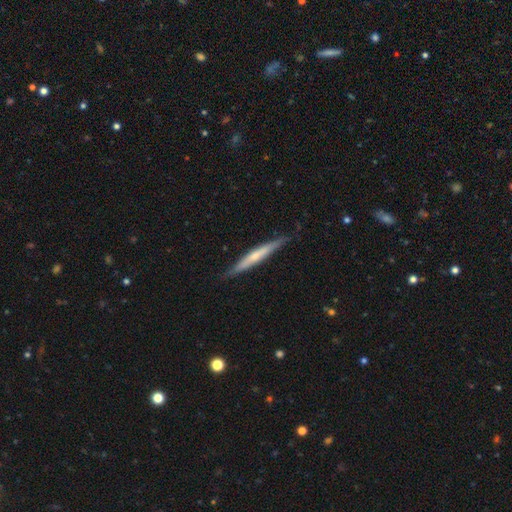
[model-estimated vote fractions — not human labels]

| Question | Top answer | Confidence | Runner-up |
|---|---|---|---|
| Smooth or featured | featured or disk | 51% | smooth (44%) |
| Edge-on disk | yes | 95% | no (5%) |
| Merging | none | 85% | minor disturbance (12%) |